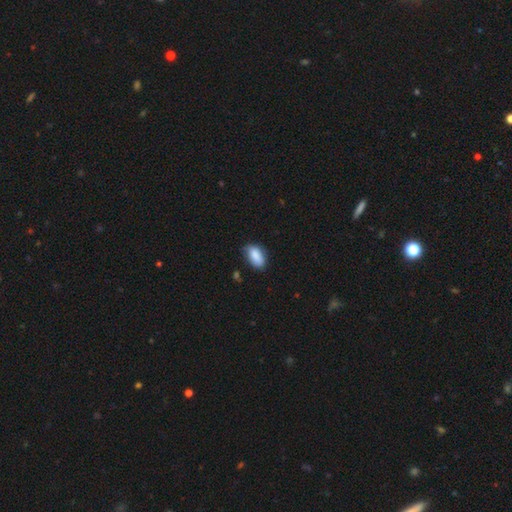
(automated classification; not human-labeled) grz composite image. It shows a smooth galaxy with no disk features (87%) that is in between round and cigar-shaped (92%). Merging: none (67%).